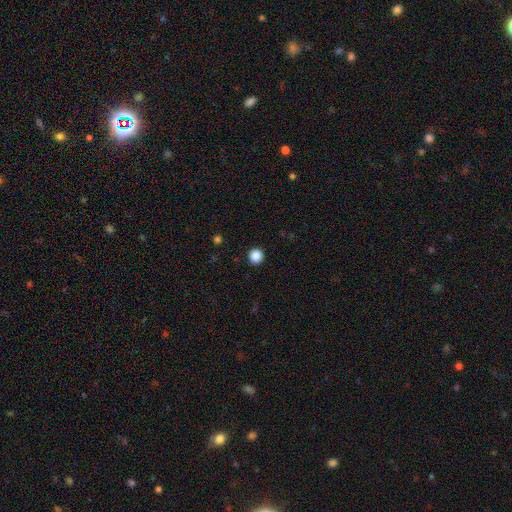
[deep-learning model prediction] Smooth or featured: smooth — 88% (star or artifact — 10%)
How rounded: round — 94% (in between — 5%)
Merging: none — 93% (minor disturbance — 4%)